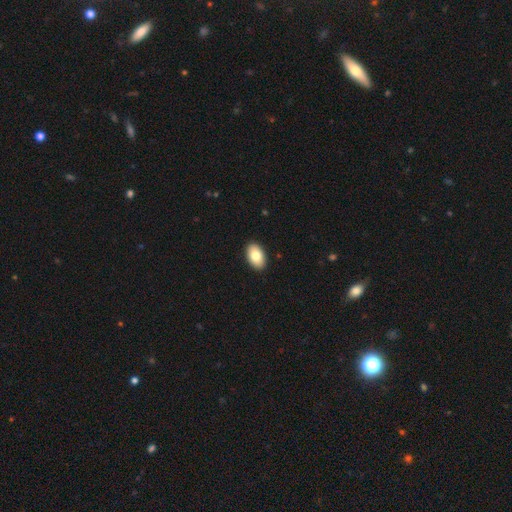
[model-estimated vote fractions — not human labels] Overall: smooth (81%). How rounded: in between (94%). Merging: none (91%).